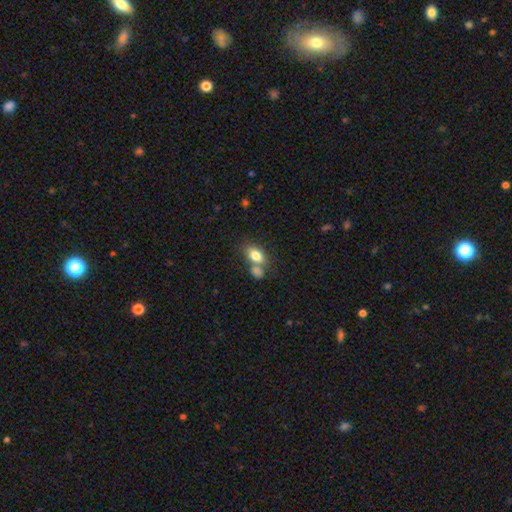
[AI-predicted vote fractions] A smooth galaxy with no disk features (80%) that is in between round and cigar-shaped (81%).

Vote fractions:
- Smooth or featured? smooth: 80% / featured or disk: 11% / star or artifact: 9%
- How rounded? in between: 81% / round: 17% / cigar-shaped: 2%
- Merging? none: 44% / merger: 40% / minor disturbance: 11% / major disturbance: 5%